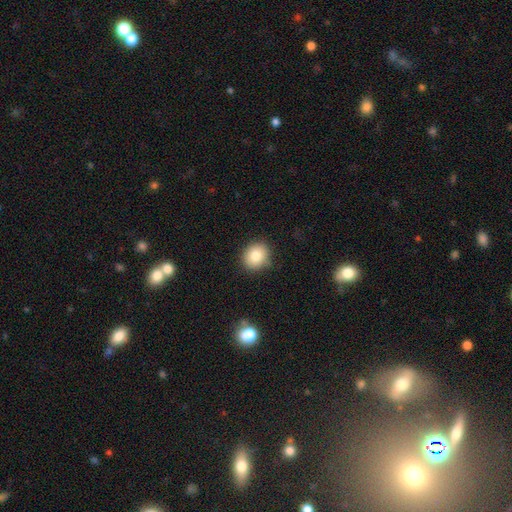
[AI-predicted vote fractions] The model was most divided on "how rounded": round: 68%, in between: 31%, cigar-shaped: 1%. More confident: merging — none (85%); smooth or featured — smooth (81%).